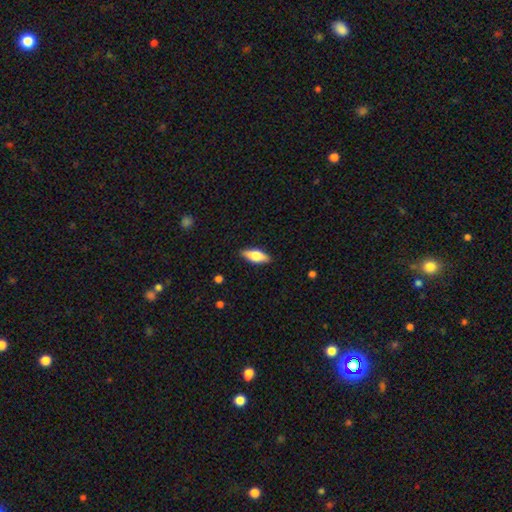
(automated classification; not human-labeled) Smooth or featured?
  - smooth: 62% *
  - featured or disk: 32%
  - star or artifact: 6%
How rounded?
  - in between: 70% *
  - cigar-shaped: 27%
  - round: 3%
Merging?
  - none: 88% *
  - minor disturbance: 9%
  - major disturbance: 2%
  - merger: 1%